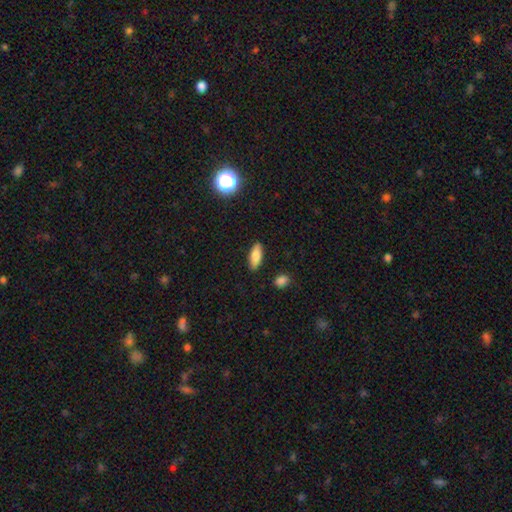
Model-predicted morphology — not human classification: This is clearly a smooth galaxy (80%). How rounded: likely in between (74%). Merging: clearly none (88%).